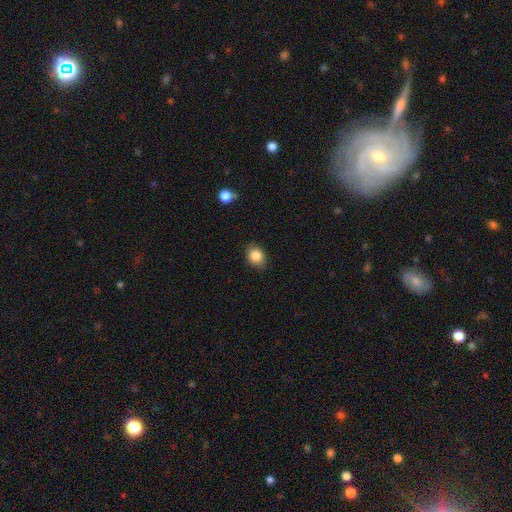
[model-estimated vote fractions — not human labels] Overall: smooth (86%). How rounded: in between (53%; round 46%). Merging: none (85%).